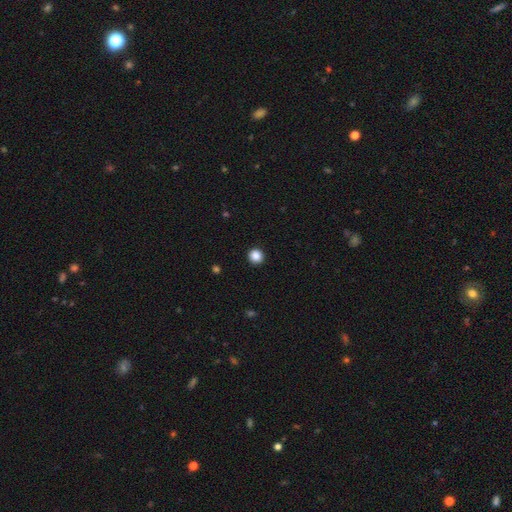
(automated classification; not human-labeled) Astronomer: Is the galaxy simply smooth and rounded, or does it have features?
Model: smooth — 87%.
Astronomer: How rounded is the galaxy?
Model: round — 93%.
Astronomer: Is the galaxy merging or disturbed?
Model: none — 93%.